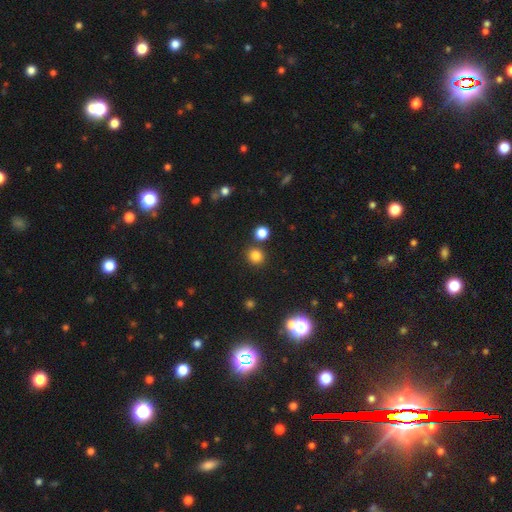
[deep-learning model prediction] A smooth galaxy with no disk features (81%) that is round (87%).

Vote fractions:
- Smooth or featured? smooth: 81% / star or artifact: 14% / featured or disk: 5%
- How rounded? round: 87% / in between: 12% / cigar-shaped: 1%
- Merging? none: 81% / merger: 9% / minor disturbance: 7% / major disturbance: 3%